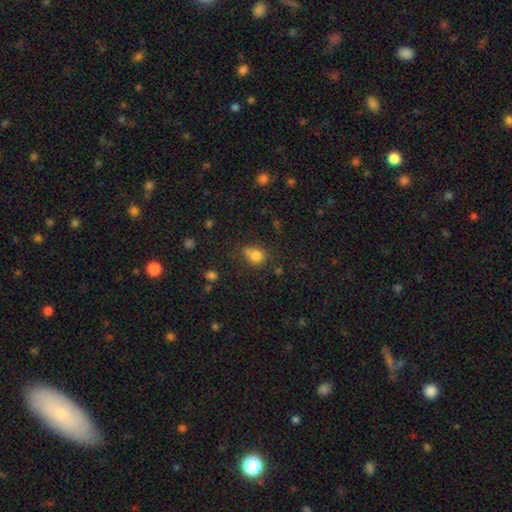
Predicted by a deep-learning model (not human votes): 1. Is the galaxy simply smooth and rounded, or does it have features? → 79% smooth, 13% star or artifact, 8% featured or disk.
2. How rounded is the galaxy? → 67% round, 32% in between, 1% cigar-shaped.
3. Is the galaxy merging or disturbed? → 55% none, 20% minor disturbance, 19% merger, 7% major disturbance.